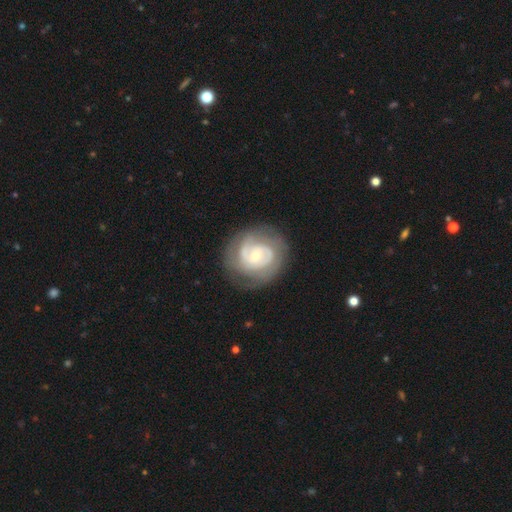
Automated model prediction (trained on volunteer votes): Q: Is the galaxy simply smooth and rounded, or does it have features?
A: featured or disk — 78%.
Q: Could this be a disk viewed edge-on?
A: no — 98%.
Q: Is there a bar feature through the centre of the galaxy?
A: no — 65%.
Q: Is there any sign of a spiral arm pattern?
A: yes — 87%.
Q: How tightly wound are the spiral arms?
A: tight — 63%.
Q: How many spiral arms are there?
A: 2 — 44%.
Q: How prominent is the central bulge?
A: small — 62%.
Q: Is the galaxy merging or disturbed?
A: none — 77%.